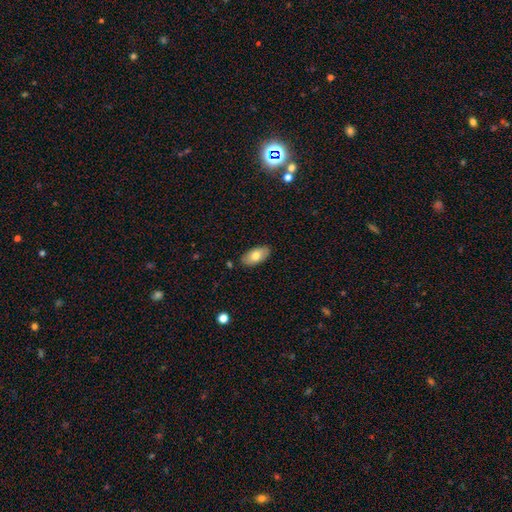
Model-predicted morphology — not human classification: A smooth galaxy with no disk features (74%) that is in between round and cigar-shaped (94%).

Vote fractions:
- Smooth or featured? smooth: 74% / featured or disk: 20% / star or artifact: 7%
- How rounded? in between: 94% / cigar-shaped: 3% / round: 3%
- Merging? none: 86% / minor disturbance: 10% / major disturbance: 2% / merger: 2%